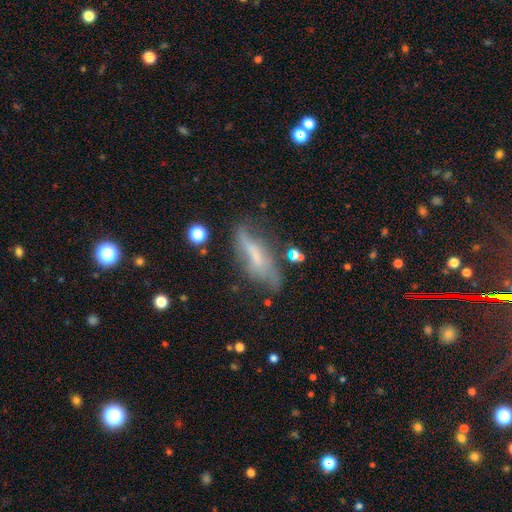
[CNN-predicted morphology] Smooth or featured? Predicted: featured or disk (p=0.50). Merging? Predicted: none (p=0.52).